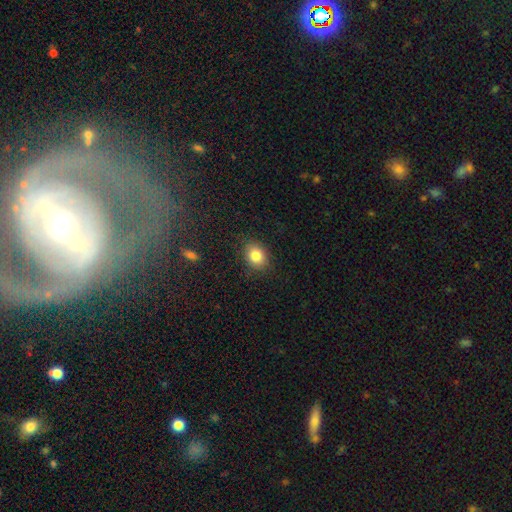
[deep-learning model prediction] smooth_or_featured: smooth (p=0.84) [alt: star or artifact p=0.09]
how_rounded: in between (p=0.59) [alt: round p=0.40]
merging: none (p=0.85) [alt: minor disturbance p=0.11]